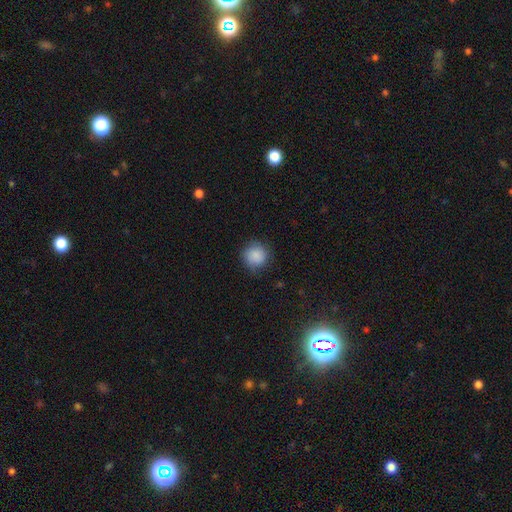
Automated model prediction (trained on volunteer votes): This appears to be a smooth galaxy with no disk features (87%) that is round (92%). Merging: none (82%).